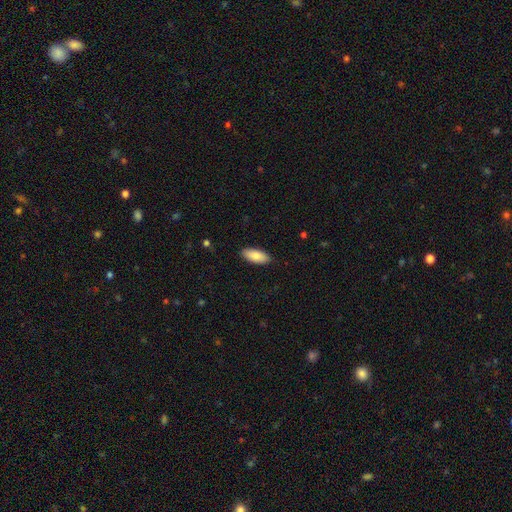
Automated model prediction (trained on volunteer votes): smooth 83%, featured or disk 11%, star or artifact 6%. Down the decision tree: how rounded — in between (87%); merging — none (88%).